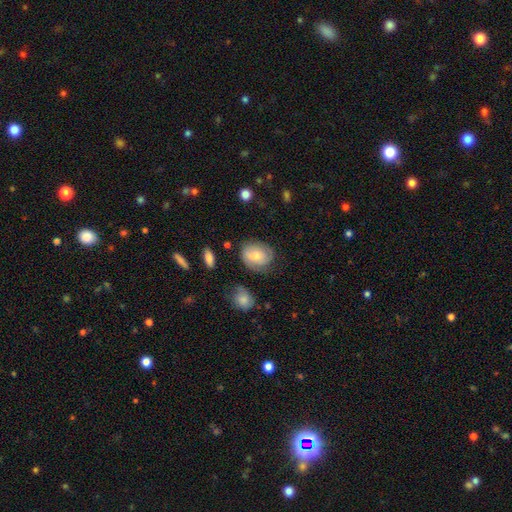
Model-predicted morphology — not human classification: A smooth galaxy with no disk features (61%) that is round (50%). Merging: none (62%).